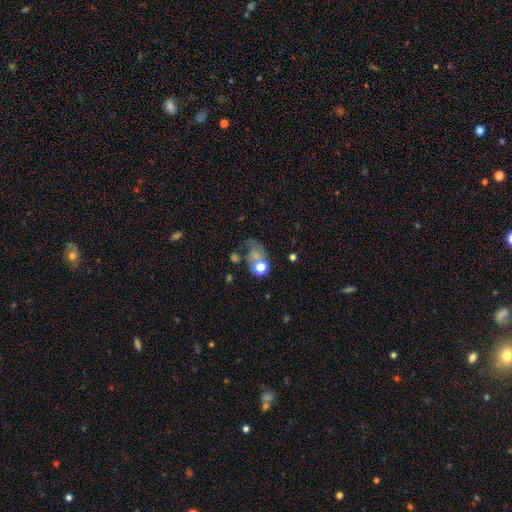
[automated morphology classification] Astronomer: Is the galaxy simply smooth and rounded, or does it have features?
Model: smooth — 53%.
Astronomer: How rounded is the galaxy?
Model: in between — 52% (runner-up: round, 46%).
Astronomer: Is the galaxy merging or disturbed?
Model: major disturbance — 34% (runner-up: none, 30%).